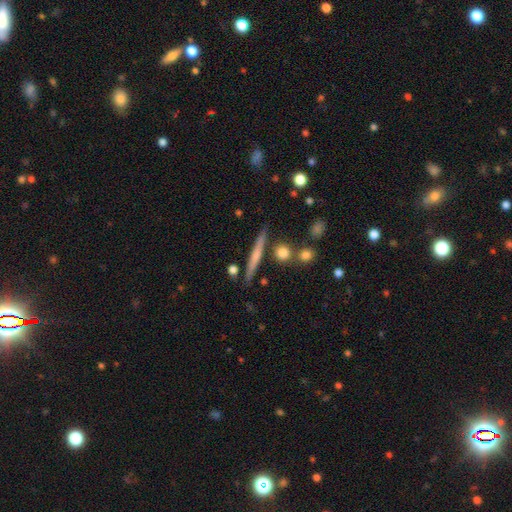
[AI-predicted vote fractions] Overall: featured or disk (49%; smooth 43%). Merging: none (84%).